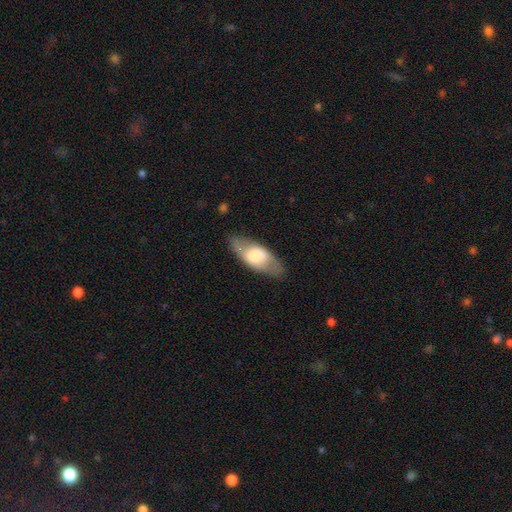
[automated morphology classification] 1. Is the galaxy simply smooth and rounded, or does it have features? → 57% smooth, 37% featured or disk, 6% star or artifact.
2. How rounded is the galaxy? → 79% in between, 18% cigar-shaped, 4% round.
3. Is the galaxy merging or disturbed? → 80% none, 14% minor disturbance, 5% major disturbance, 1% merger.